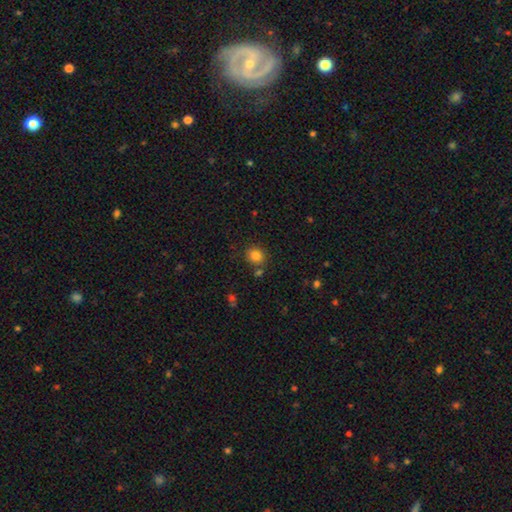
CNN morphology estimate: This is clearly a smooth galaxy (82%). How rounded: likely round (77%). Merging: likely none (79%).